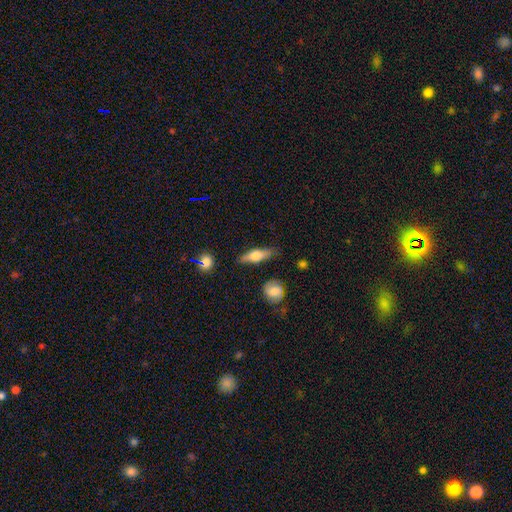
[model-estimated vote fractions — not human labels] A smooth galaxy with no disk features (56%) that is cigar-shaped (53%).

Vote fractions:
- Smooth or featured? smooth: 56% / featured or disk: 37% / star or artifact: 7%
- How rounded? cigar-shaped: 53% / in between: 43% / round: 4%
- Merging? none: 80% / minor disturbance: 15% / major disturbance: 3% / merger: 3%